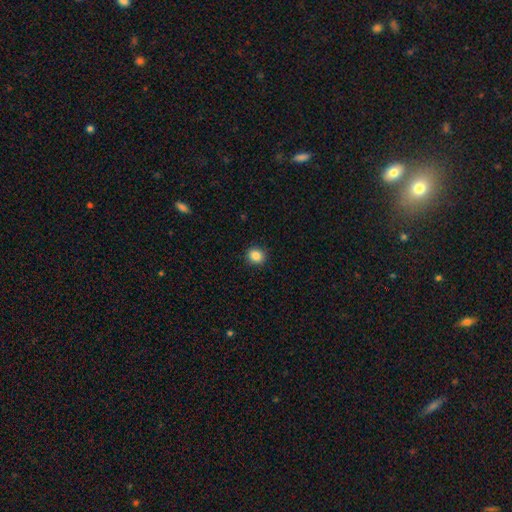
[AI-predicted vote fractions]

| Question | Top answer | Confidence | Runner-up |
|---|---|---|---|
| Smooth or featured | smooth | 87% | star or artifact (10%) |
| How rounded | round | 79% | in between (20%) |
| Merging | none | 90% | minor disturbance (7%) |